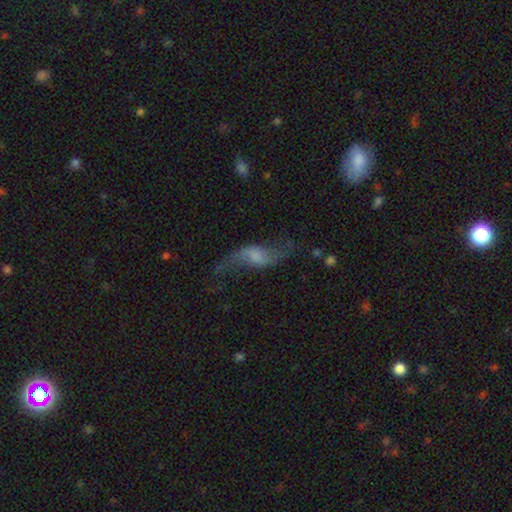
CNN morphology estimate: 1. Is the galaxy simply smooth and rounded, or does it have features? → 71% featured or disk, 21% smooth, 8% star or artifact.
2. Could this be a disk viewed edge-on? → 91% no, 9% yes.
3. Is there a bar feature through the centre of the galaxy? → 43% weak, 42% no, 15% strong.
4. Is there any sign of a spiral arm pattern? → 88% yes, 12% no.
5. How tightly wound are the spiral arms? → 92% loose, 6% medium, 2% tight.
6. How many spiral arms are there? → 91% 2, 4% 1, 2% can't tell, 1% 3, 1% 4, 1% more than 4.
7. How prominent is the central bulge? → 33% none, 27% small, 26% moderate, 12% large, 3% dominant.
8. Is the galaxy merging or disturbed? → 54% none, 23% major disturbance, 19% minor disturbance, 4% merger.